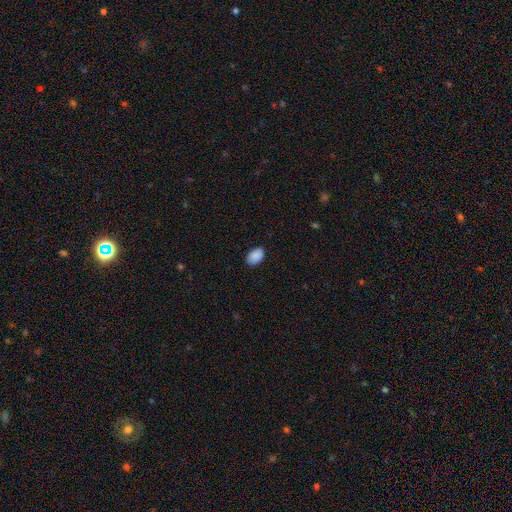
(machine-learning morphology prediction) This is clearly a smooth galaxy (90%). How rounded: clearly in between (89%). Merging: clearly none (86%).